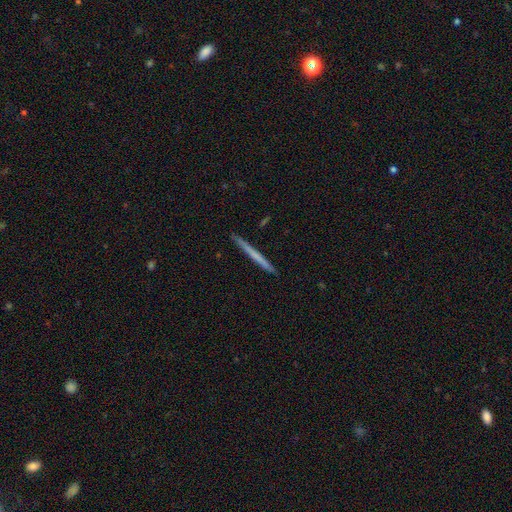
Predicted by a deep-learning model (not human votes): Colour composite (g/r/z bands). It shows a smooth galaxy with no disk features (50%). Merging: none (92%).